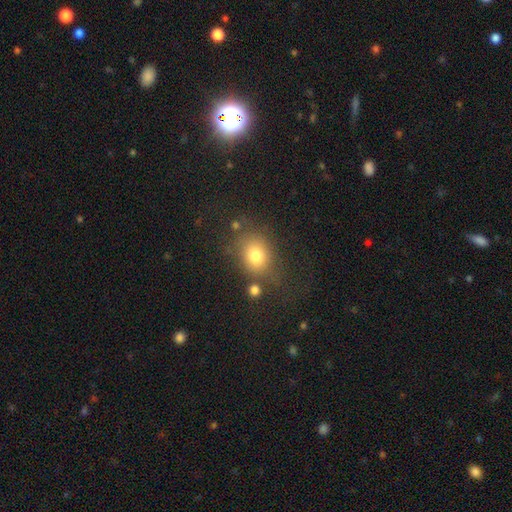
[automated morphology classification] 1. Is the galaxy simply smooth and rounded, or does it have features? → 77% smooth, 13% star or artifact, 10% featured or disk.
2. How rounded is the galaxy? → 52% round, 47% in between, 1% cigar-shaped.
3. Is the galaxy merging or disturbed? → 66% none, 17% minor disturbance, 9% major disturbance, 8% merger.